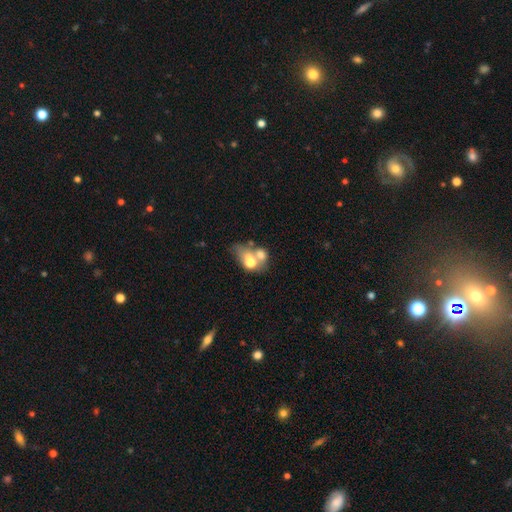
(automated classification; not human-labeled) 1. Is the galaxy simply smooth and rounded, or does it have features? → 59% smooth, 28% featured or disk, 13% star or artifact.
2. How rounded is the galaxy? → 65% in between, 33% round, 2% cigar-shaped.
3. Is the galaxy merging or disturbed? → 56% merger, 23% none, 11% minor disturbance, 10% major disturbance.